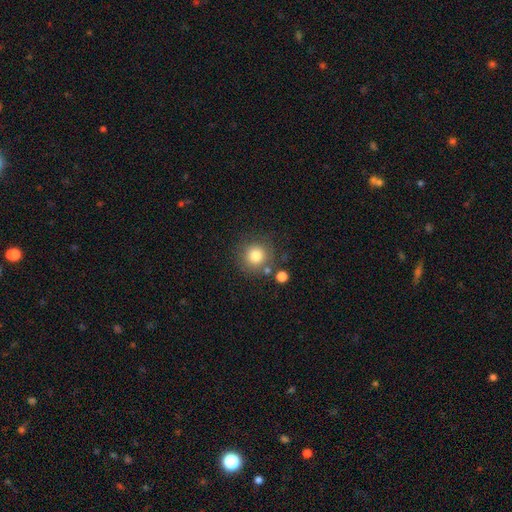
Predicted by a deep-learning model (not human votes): Morphology: type=smooth (80%); roundness=round (93%); merging=none (78%).